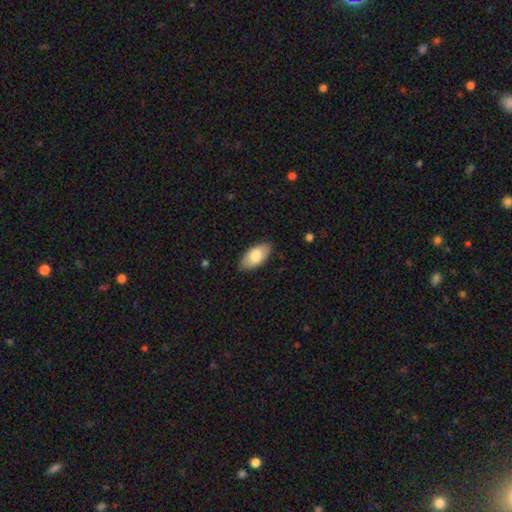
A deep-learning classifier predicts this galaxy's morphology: Overall: smooth (79%). How rounded: in between (94%). Merging: none (86%).